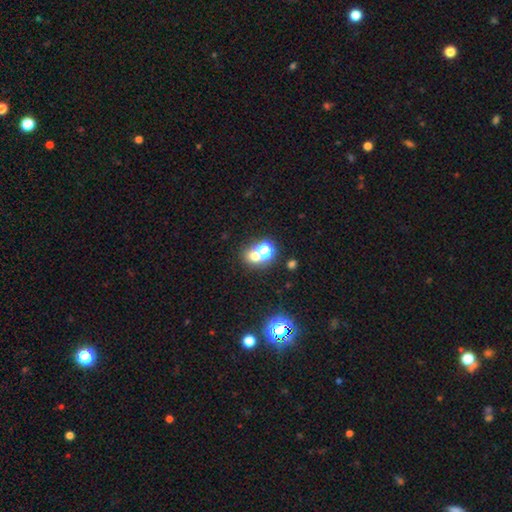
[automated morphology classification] Smooth or featured?
  - smooth: 55% *
  - star or artifact: 33%
  - featured or disk: 12%
How rounded?
  - round: 70% *
  - in between: 28%
  - cigar-shaped: 1%
Merging?
  - none: 52% *
  - merger: 36%
  - minor disturbance: 7%
  - major disturbance: 4%